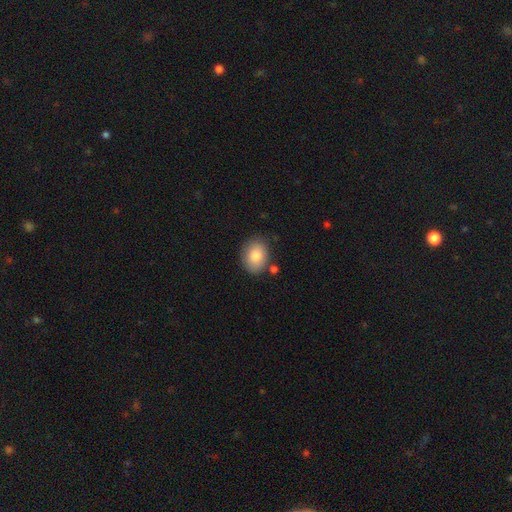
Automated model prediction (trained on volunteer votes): Morphology: type=smooth (83%); roundness=in between (56%); merging=none (76%).